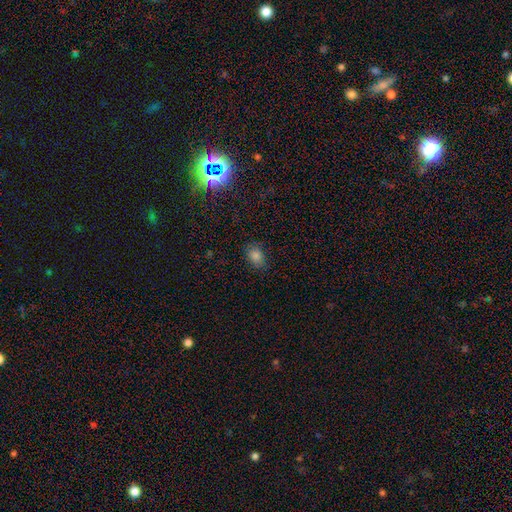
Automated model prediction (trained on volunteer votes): Smooth or featured: smooth — 80% (star or artifact — 14%)
How rounded: in between — 76% (round — 23%)
Merging: none — 77% (minor disturbance — 18%)